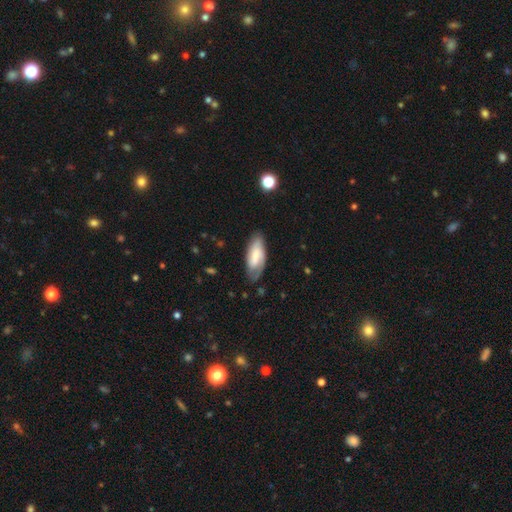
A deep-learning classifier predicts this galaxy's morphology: featured or disk 50%, smooth 44%, star or artifact 6%. Down the decision tree: merging — none (68%).